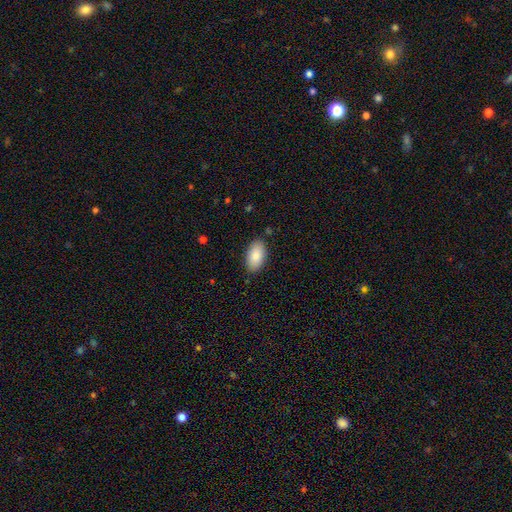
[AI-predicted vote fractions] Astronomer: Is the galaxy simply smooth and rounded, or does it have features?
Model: smooth — 86%.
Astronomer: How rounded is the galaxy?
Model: in between — 95%.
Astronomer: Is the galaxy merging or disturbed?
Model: none — 86%.